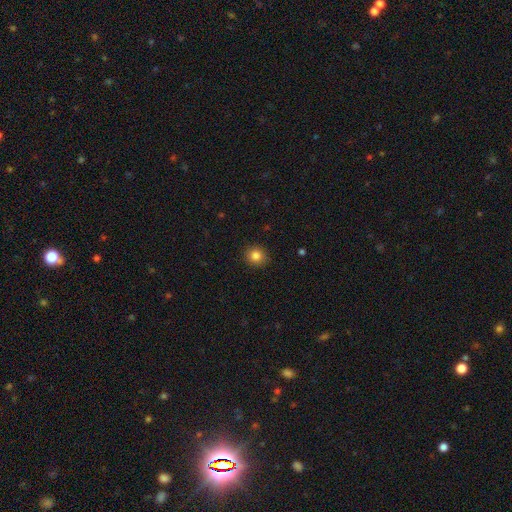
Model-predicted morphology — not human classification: A smooth galaxy with no disk features (84%) that is round (87%).

Vote fractions:
- Smooth or featured? smooth: 84% / star or artifact: 11% / featured or disk: 5%
- How rounded? round: 87% / in between: 12% / cigar-shaped: 1%
- Merging? none: 91% / minor disturbance: 6% / major disturbance: 2% / merger: 1%